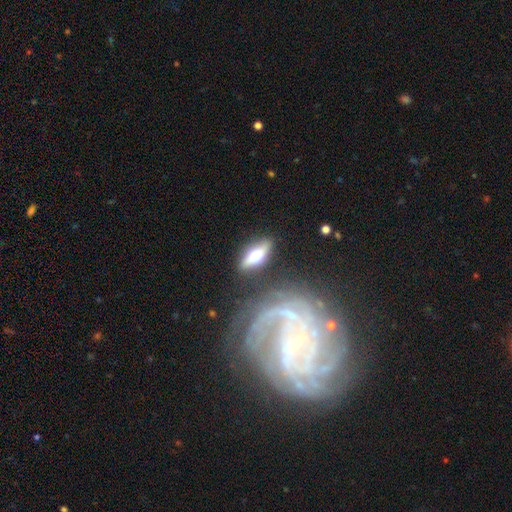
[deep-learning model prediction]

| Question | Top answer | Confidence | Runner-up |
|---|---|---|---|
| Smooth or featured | featured or disk | 51% | smooth (43%) |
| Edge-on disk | yes | 78% | no (22%) |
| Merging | none | 81% | minor disturbance (12%) |